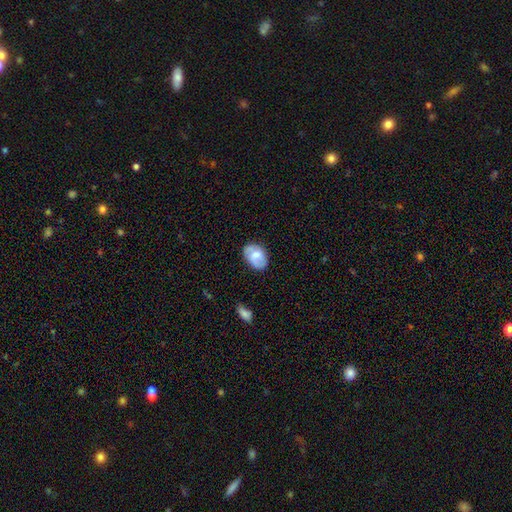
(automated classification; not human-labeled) smooth 59%, featured or disk 34%, star or artifact 7%. Down the decision tree: how rounded — in between (78%); merging — none (73%).